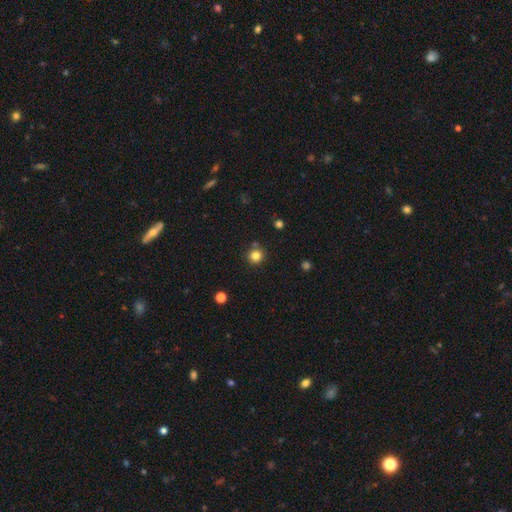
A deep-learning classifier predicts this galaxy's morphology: Overall: smooth (81%). How rounded: round (94%). Merging: none (82%).